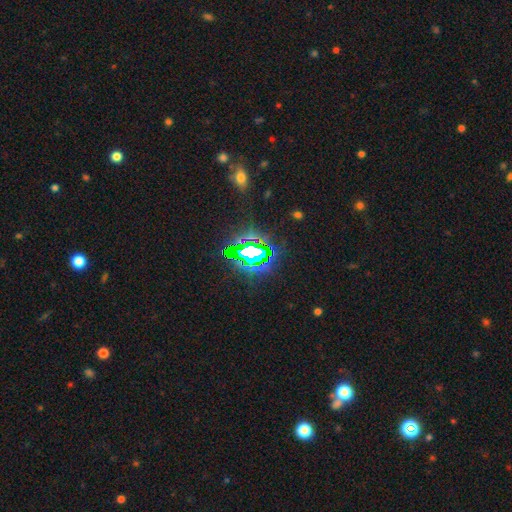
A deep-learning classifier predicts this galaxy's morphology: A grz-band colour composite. It shows a star or artifact, not a galaxy (77%).